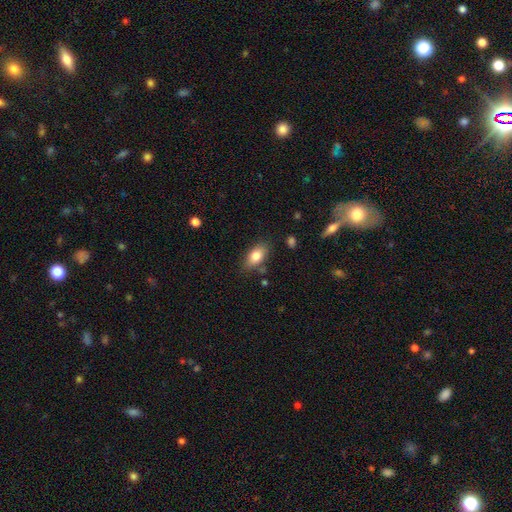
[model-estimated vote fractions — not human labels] smooth-or-featured: smooth: 81% | featured or disk: 11% | star or artifact: 8%
  how-rounded: in between: 89% | round: 6% | cigar-shaped: 5%
  merging: none: 79% | minor disturbance: 15% | merger: 3% | major disturbance: 3%